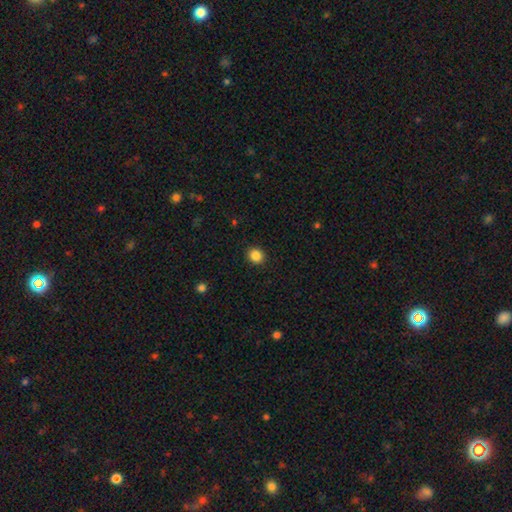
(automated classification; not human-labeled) smooth_or_featured: smooth (p=0.86) [alt: star or artifact p=0.11]
how_rounded: round (p=0.77) [alt: in between p=0.22]
merging: none (p=0.91) [alt: minor disturbance p=0.06]